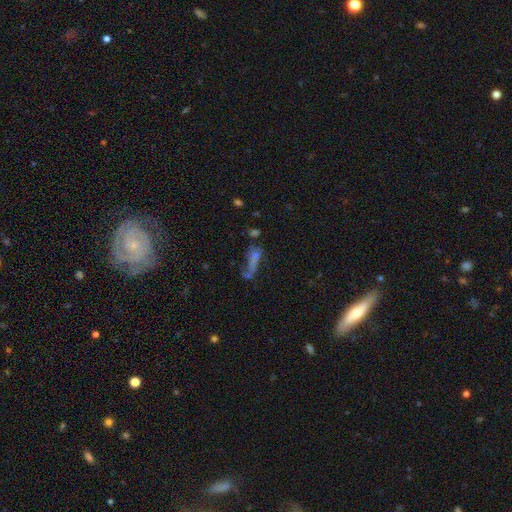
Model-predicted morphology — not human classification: A smooth galaxy with no disk features (36%).

Vote fractions:
- Smooth or featured? smooth: 36% / featured or disk: 34% / star or artifact: 30%
- Merging? none: 44% / major disturbance: 22% / minor disturbance: 17% / merger: 17%